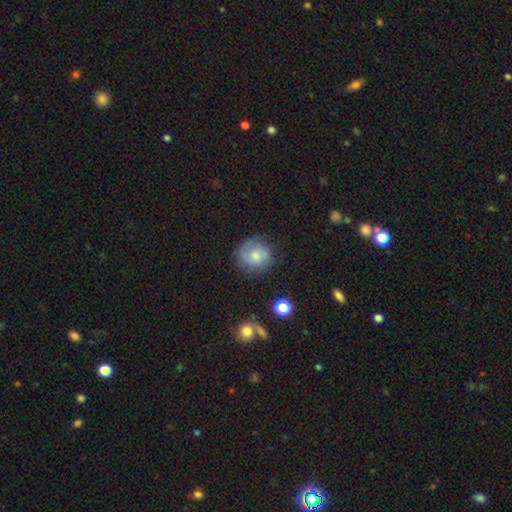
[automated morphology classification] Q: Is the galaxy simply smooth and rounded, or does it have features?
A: smooth — 59%.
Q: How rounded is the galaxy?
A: round — 84%.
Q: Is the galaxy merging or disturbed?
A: none — 73%.